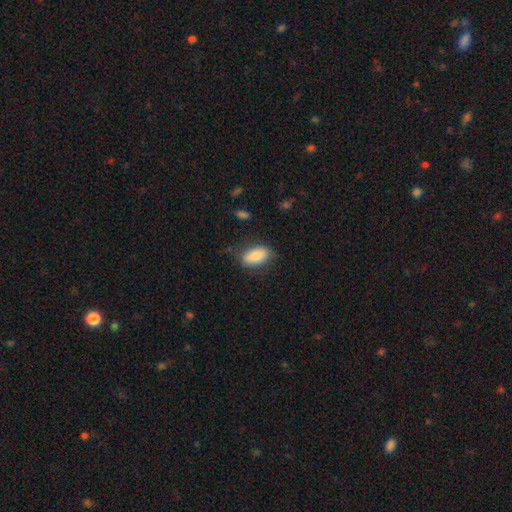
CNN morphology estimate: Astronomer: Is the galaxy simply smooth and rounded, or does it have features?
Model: smooth — 82%.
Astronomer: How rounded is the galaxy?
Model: in between — 91%.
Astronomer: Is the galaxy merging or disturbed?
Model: none — 74%.